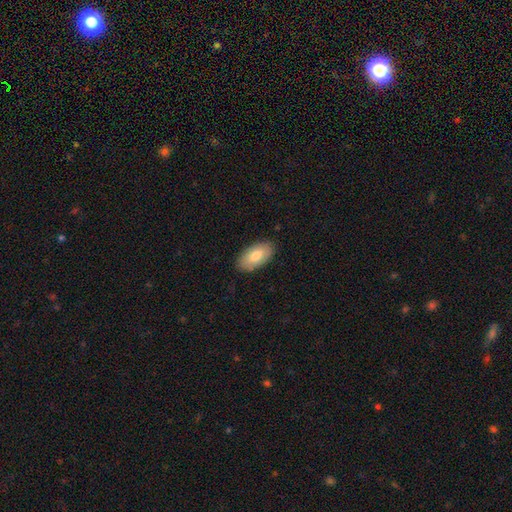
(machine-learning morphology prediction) Q: Smooth or featured?
A: smooth (79%); runner-up: featured or disk (15%)
Q: How rounded?
A: in between (94%); runner-up: round (3%)
Q: Merging?
A: none (87%); runner-up: minor disturbance (10%)